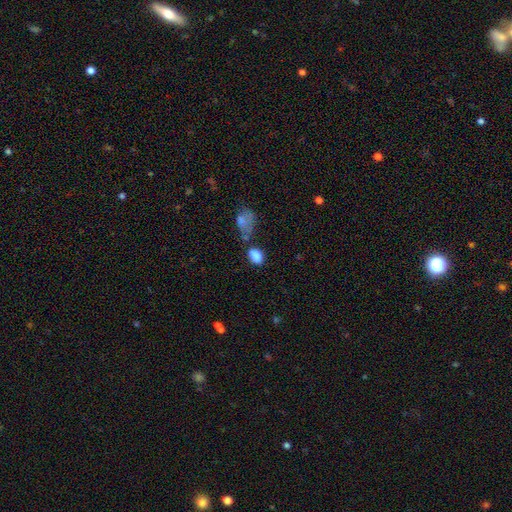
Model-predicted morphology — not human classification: Q: Smooth or featured?
A: smooth (82%); runner-up: star or artifact (10%)
Q: How rounded?
A: in between (84%); runner-up: round (14%)
Q: Merging?
A: none (42%); runner-up: minor disturbance (23%)